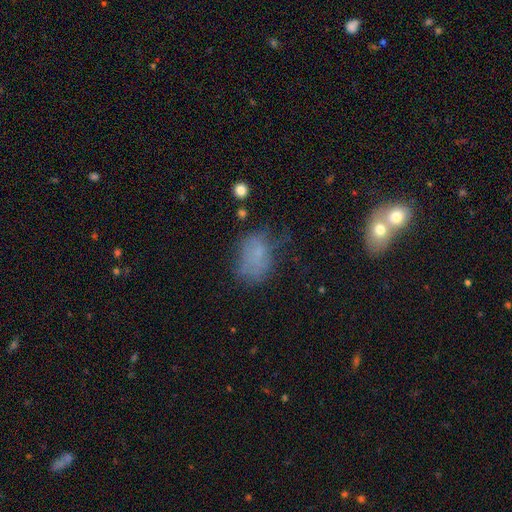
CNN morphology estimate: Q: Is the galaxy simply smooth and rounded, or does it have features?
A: smooth — 61%.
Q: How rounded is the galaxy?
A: in between — 78%.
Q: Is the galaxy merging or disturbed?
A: none — 43%.